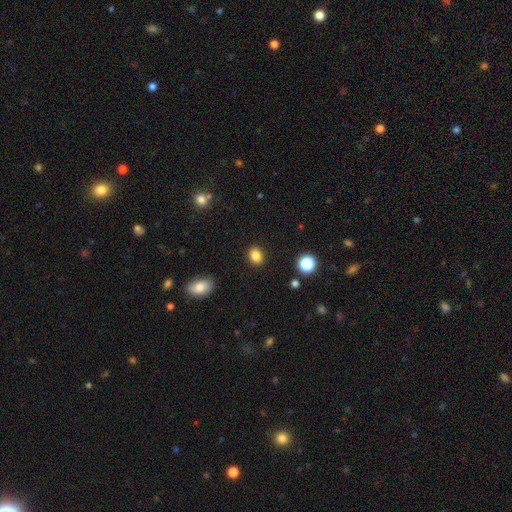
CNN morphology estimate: Smooth or featured?
  - smooth: 84% *
  - star or artifact: 11%
  - featured or disk: 5%
How rounded?
  - in between: 55% *
  - round: 44%
  - cigar-shaped: 1%
Merging?
  - none: 90% *
  - minor disturbance: 7%
  - major disturbance: 2%
  - merger: 1%